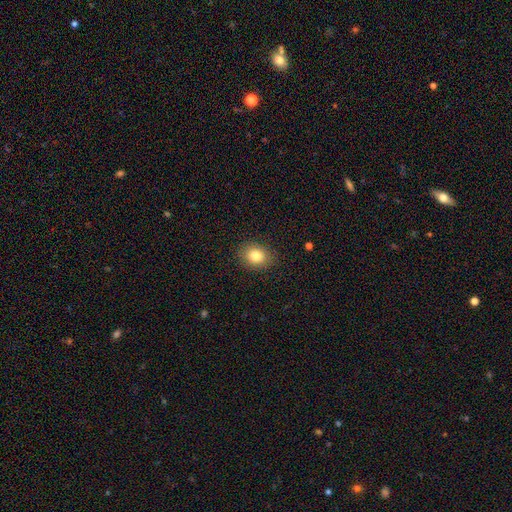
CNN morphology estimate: Smooth or featured? Predicted: smooth (p=0.83). How rounded? Predicted: in between (p=0.57). Merging? Predicted: none (p=0.87).